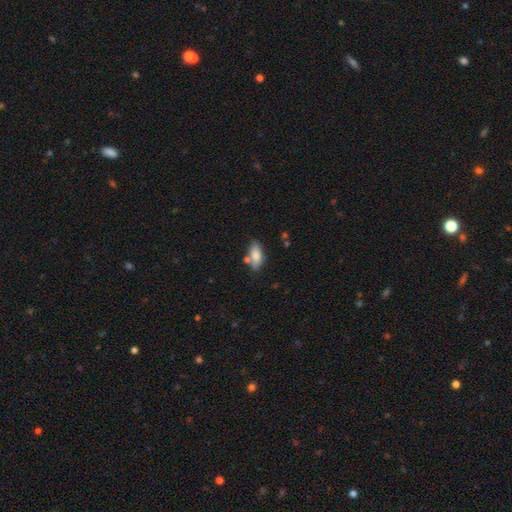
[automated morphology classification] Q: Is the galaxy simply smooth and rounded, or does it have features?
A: smooth — 80%.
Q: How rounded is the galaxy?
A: in between — 83%.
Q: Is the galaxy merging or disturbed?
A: none — 66%.